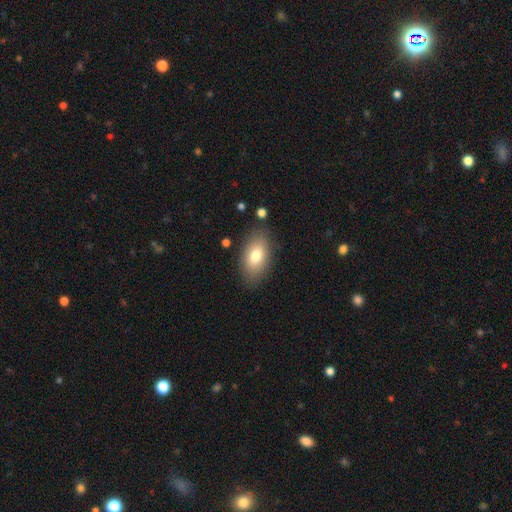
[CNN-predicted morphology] smooth_or_featured: smooth (p=0.77) [alt: featured or disk p=0.15]
how_rounded: in between (p=0.91) [alt: round p=0.06]
merging: none (p=0.83) [alt: minor disturbance p=0.12]